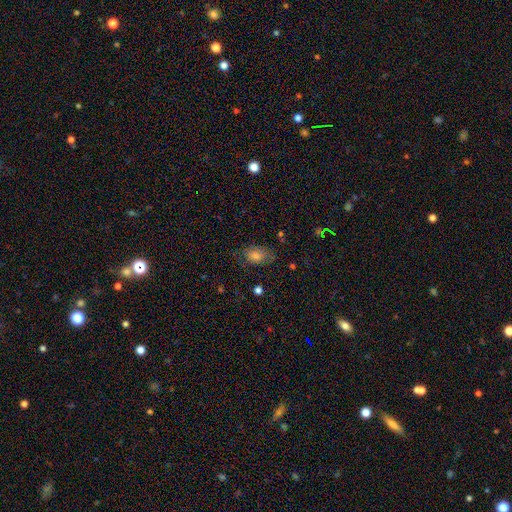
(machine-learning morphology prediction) The model was most divided on "smooth or featured": smooth: 65%, featured or disk: 19%, star or artifact: 16%. More confident: how rounded — in between (77%); merging — none (70%).